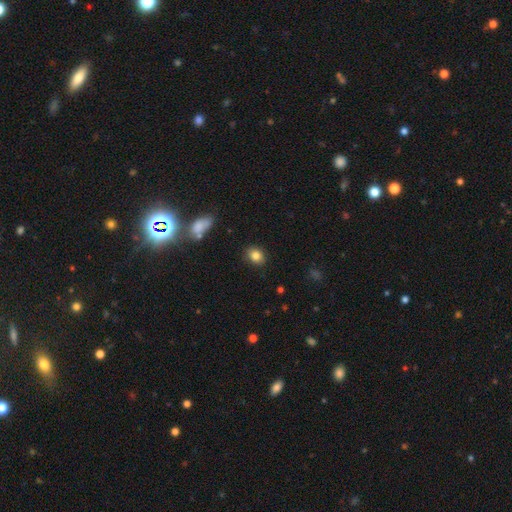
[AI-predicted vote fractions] Smooth or featured? Predicted: smooth (p=0.83). How rounded? Predicted: round (p=0.51). Merging? Predicted: none (p=0.86).